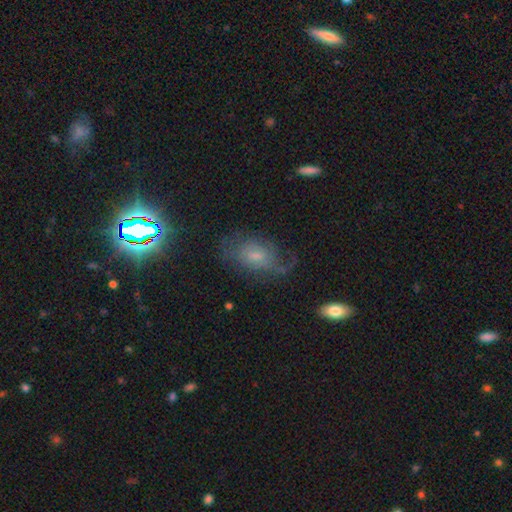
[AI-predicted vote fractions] Overall: featured or disk (48%; smooth 34%). Merging: none (52%; minor disturbance 23%).